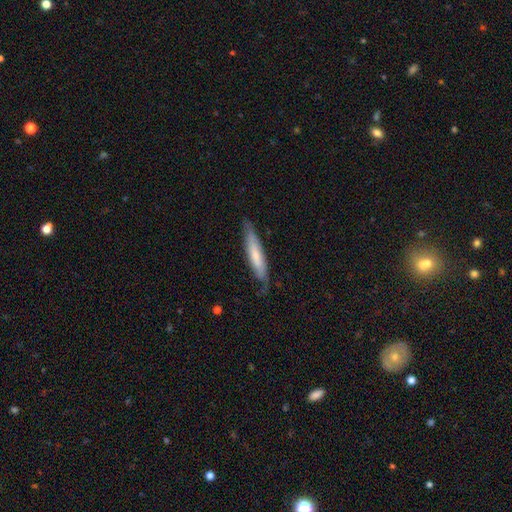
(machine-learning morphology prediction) The model was most divided on "smooth or featured": smooth: 56%, featured or disk: 39%, star or artifact: 5%. More confident: how rounded — cigar-shaped (88%); merging — none (74%).